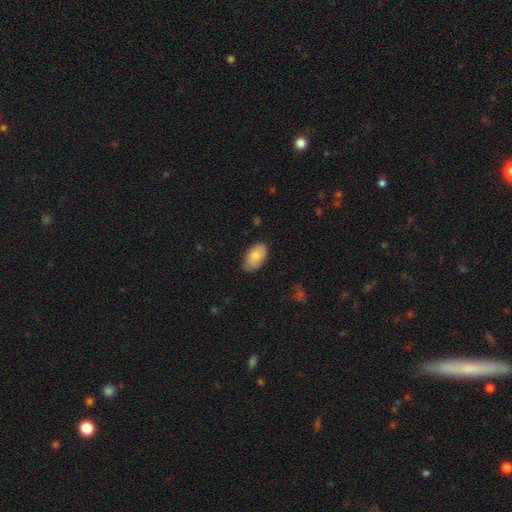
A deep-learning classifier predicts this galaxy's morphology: Q: Smooth or featured?
A: smooth (83%); runner-up: featured or disk (11%)
Q: How rounded?
A: in between (94%); runner-up: round (5%)
Q: Merging?
A: none (77%); runner-up: minor disturbance (19%)